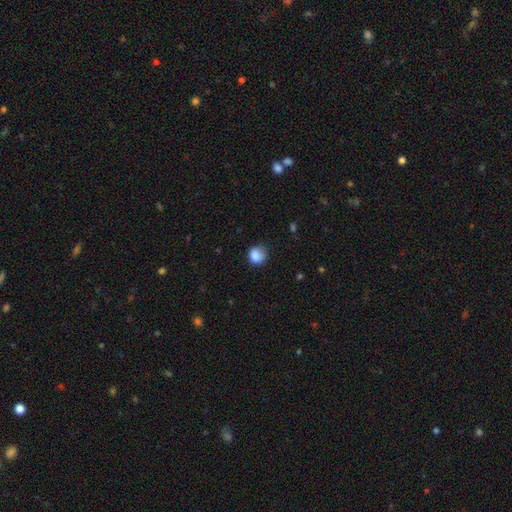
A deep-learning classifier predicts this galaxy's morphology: Overall: smooth (86%). How rounded: round (85%). Merging: none (71%).